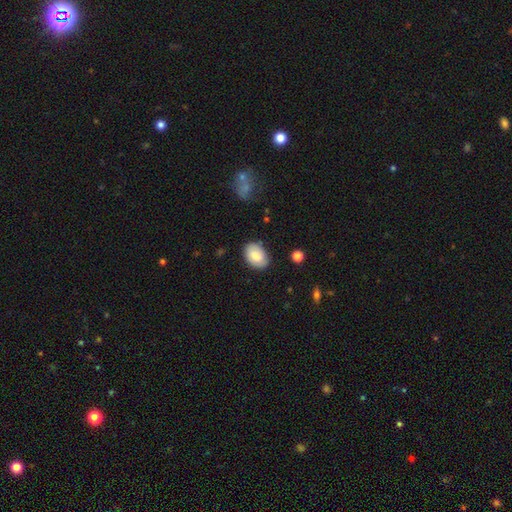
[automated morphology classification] Smooth or featured? Predicted: smooth (p=0.78). How rounded? Predicted: in between (p=0.84). Merging? Predicted: none (p=0.80).